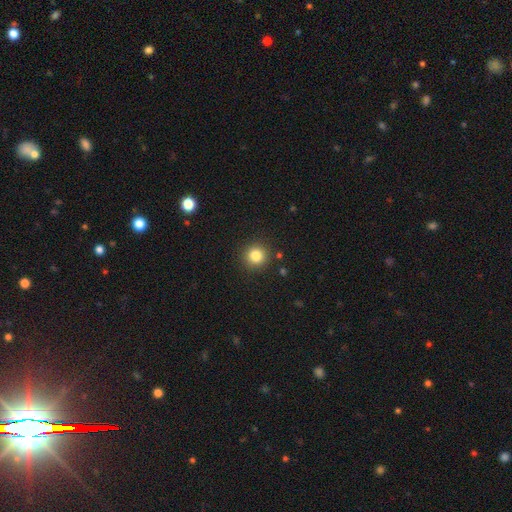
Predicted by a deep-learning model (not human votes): A smooth galaxy with no disk features (83%) that is round (93%). Merging: none (90%).